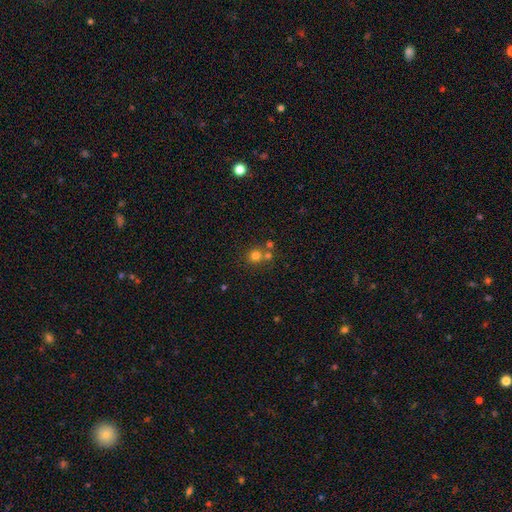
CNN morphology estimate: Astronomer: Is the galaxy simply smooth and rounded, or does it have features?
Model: smooth — 75%.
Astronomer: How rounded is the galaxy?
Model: round — 89%.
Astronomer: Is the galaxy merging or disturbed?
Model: none — 61%.